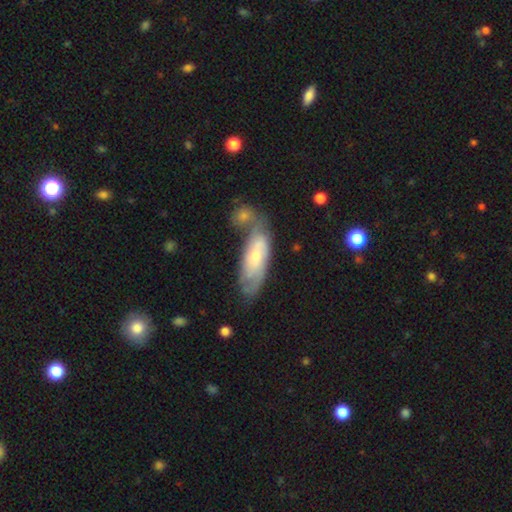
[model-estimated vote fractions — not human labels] The model was most divided on "merging": none: 37%, merger: 31%, minor disturbance: 21%, major disturbance: 11%. More confident: edge-on disk — no (84%); smooth or featured — featured or disk (52%).